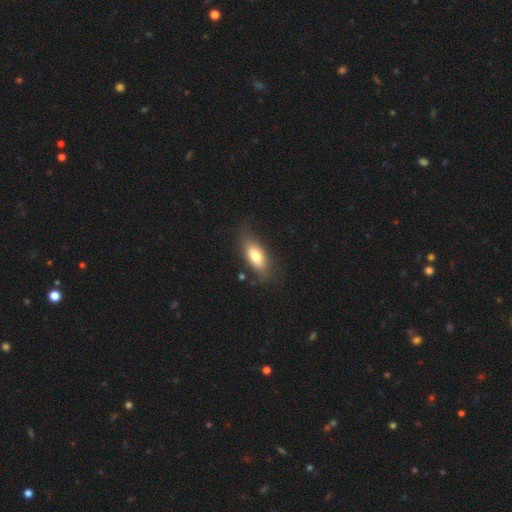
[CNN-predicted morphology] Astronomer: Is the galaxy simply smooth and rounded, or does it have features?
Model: smooth — 74%.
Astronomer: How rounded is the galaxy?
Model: in between — 80%.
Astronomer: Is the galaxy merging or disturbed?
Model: none — 75%.